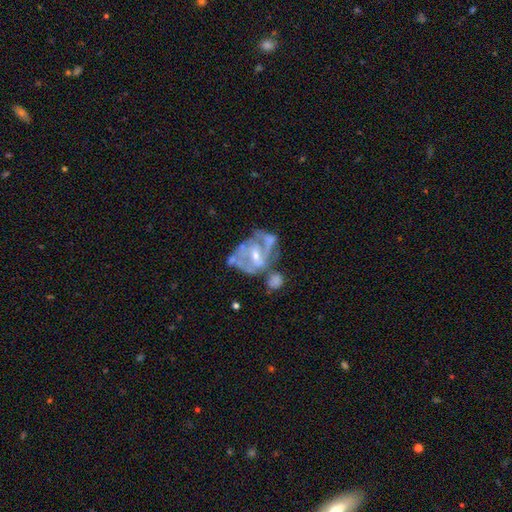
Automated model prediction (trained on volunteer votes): A featured or disk galaxy (80%) with no bar (42%), 2 (39%) medium (42%) spiral arms (70%) and a small central bulge (52%).

Vote fractions:
- Smooth or featured? featured or disk: 80% / smooth: 12% / star or artifact: 8%
- Edge-on disk? no: 97% / yes: 3%
- Bar? no: 42% / weak: 41% / strong: 18%
- Spiral arms? yes: 70% / no: 30%
- Spiral winding? medium: 42% / tight: 39% / loose: 19%
- Spiral arm count? 2: 39% / can't tell: 36% / 3: 12% / 1: 6% / 4: 3% / more than 4: 3%
- Bulge size? small: 52% / moderate: 43% / none: 2% / large: 2% / dominant: 1%
- Merging? none: 29% (tied) / merger: 29% (tied) / major disturbance: 23% / minor disturbance: 19%